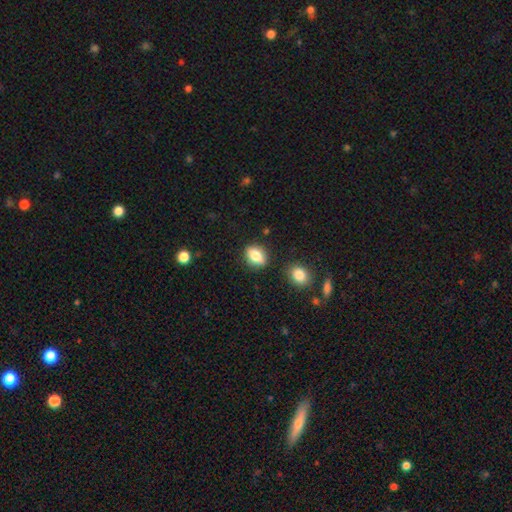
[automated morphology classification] Smooth or featured?
  - smooth: 79% *
  - featured or disk: 13%
  - star or artifact: 8%
How rounded?
  - in between: 68% *
  - round: 29%
  - cigar-shaped: 4%
Merging?
  - none: 84% *
  - minor disturbance: 10%
  - merger: 3%
  - major disturbance: 3%